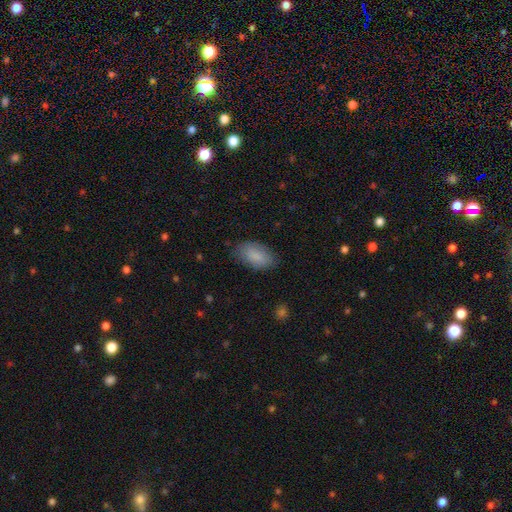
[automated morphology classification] The model was most divided on "merging": none: 79%, minor disturbance: 16%, major disturbance: 4%, merger: 1%. More confident: how rounded — in between (94%); smooth or featured — smooth (86%).